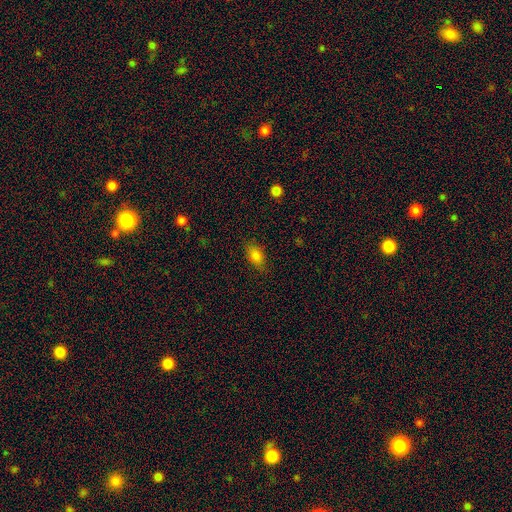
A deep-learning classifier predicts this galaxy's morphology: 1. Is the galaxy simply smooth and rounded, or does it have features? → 83% smooth, 10% star or artifact, 7% featured or disk.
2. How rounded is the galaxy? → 88% in between, 8% round, 4% cigar-shaped.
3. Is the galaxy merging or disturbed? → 82% none, 14% minor disturbance, 3% major disturbance, 1% merger.